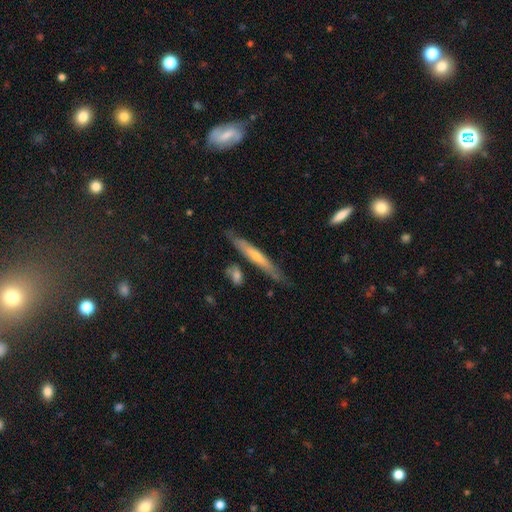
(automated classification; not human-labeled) A featured or disk galaxy (57%) viewed edge-on (89%) with no central bulge (48%). Merging: none (76%).